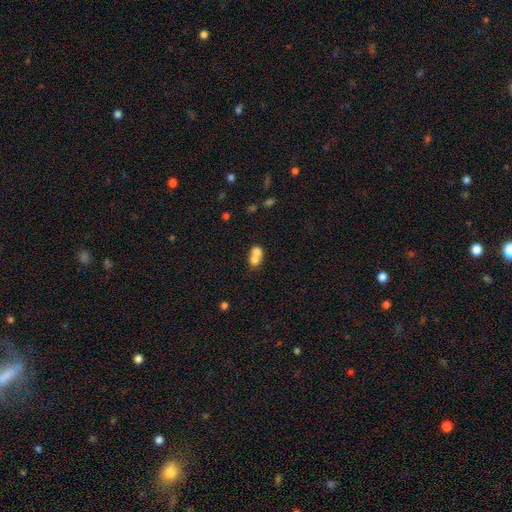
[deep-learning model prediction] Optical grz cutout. It shows a smooth galaxy with no disk features (71%) that is round (57%). Merging: merger (70%).